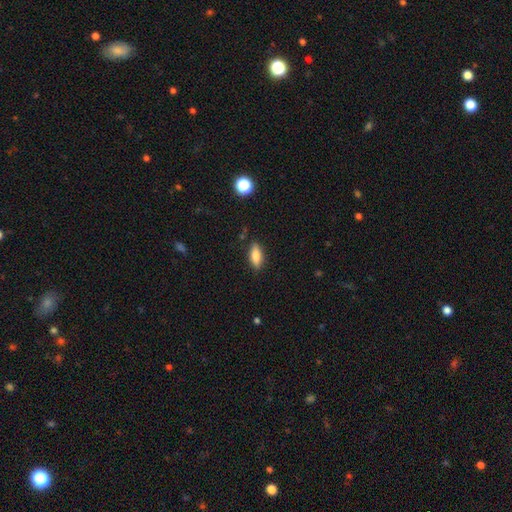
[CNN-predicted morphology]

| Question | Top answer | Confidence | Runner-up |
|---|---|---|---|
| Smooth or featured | smooth | 80% | featured or disk (13%) |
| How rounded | in between | 76% | cigar-shaped (21%) |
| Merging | none | 84% | minor disturbance (11%) |